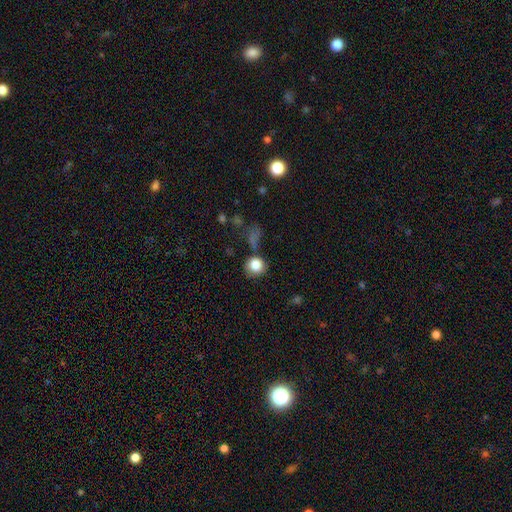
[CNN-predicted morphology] Smooth or featured? Predicted: star or artifact (p=0.54).